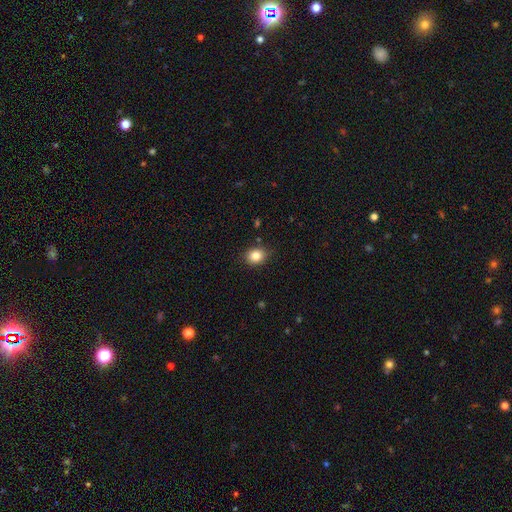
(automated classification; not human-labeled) Smooth or featured? smooth (84%)
How rounded? round (59%)
Merging? none (86%)